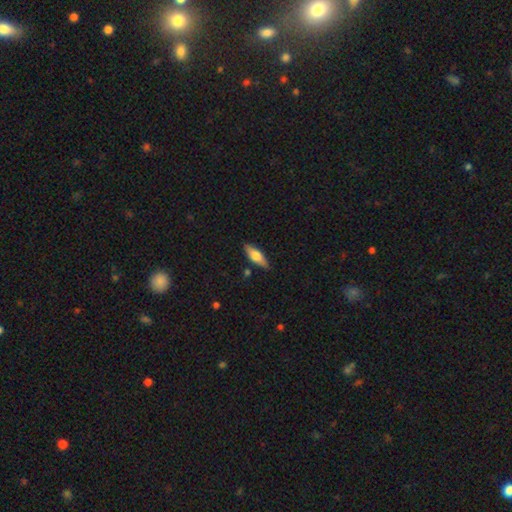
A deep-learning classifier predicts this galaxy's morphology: This is possibly a smooth galaxy (58%). How rounded: possibly in between (53%). Merging: clearly none (86%).